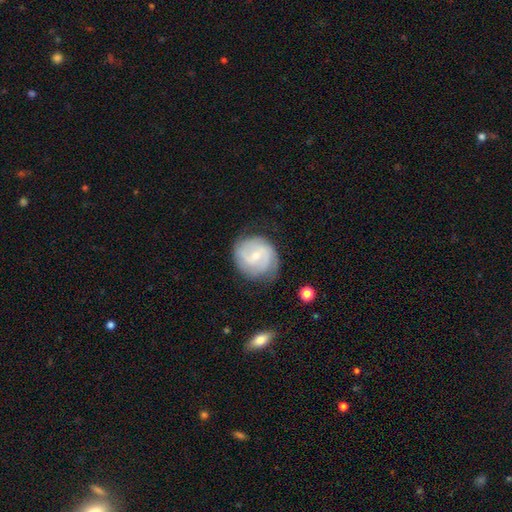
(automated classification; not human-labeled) A featured or disk galaxy (70%) with a weak bar (51%), 2 (53%) tight (45%) spiral arms (90%) and a small central bulge (65%).

Vote fractions:
- Smooth or featured? featured or disk: 70% / smooth: 24% / star or artifact: 6%
- Edge-on disk? no: 98% / yes: 2%
- Bar? weak: 51% / no: 38% / strong: 11%
- Spiral arms? yes: 90% / no: 10%
- Spiral winding? tight: 45% / medium: 40% / loose: 15%
- Spiral arm count? 2: 53% / can't tell: 24% / 3: 13% / 1: 4% / 4: 4% / more than 4: 3%
- Bulge size? small: 65% / moderate: 31% / none: 2% / large: 1% / dominant: 1%
- Merging? none: 71% / minor disturbance: 20% / major disturbance: 7% / merger: 2%